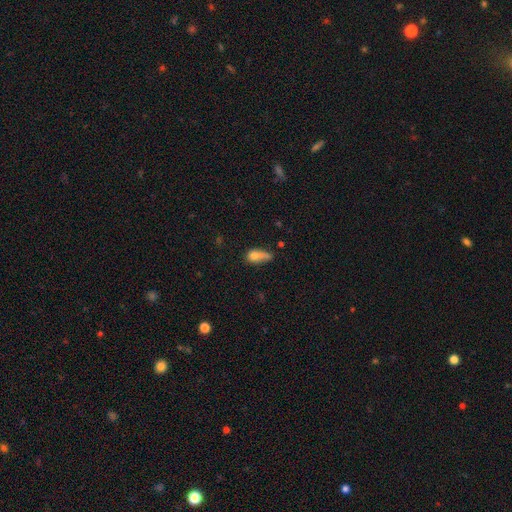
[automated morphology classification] This appears to be a smooth galaxy with no disk features (70%) that is in between round and cigar-shaped (68%). Merging: major disturbance (29%).